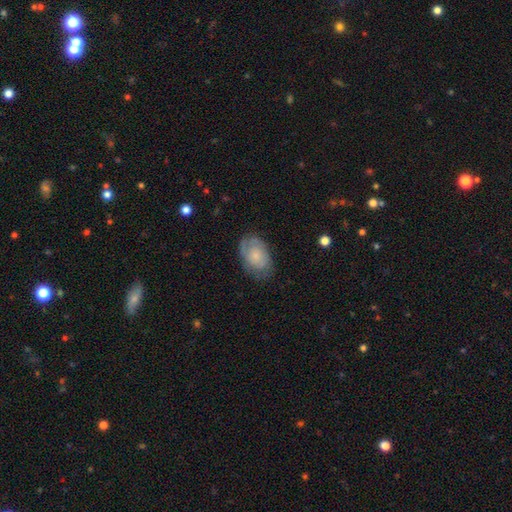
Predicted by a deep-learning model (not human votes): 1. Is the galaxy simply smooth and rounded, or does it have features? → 55% smooth, 38% featured or disk, 7% star or artifact.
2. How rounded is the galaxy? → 87% in between, 12% round, 1% cigar-shaped.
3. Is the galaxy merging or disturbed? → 68% none, 22% minor disturbance, 8% major disturbance, 1% merger.